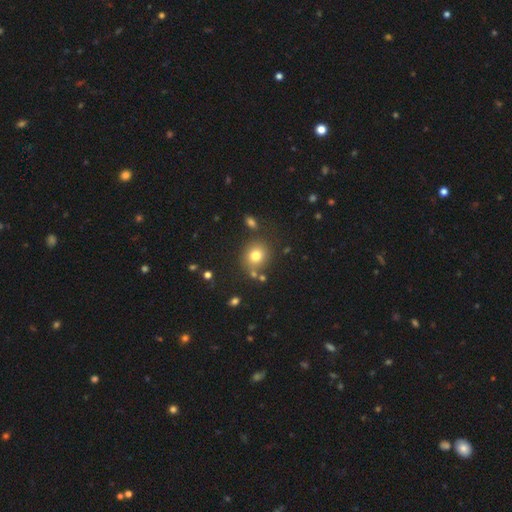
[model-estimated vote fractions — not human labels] smooth-or-featured: smooth: 77% | star or artifact: 13% | featured or disk: 10%
  how-rounded: round: 82% | in between: 17% | cigar-shaped: 1%
  merging: none: 77% | minor disturbance: 11% | merger: 9% | major disturbance: 4%